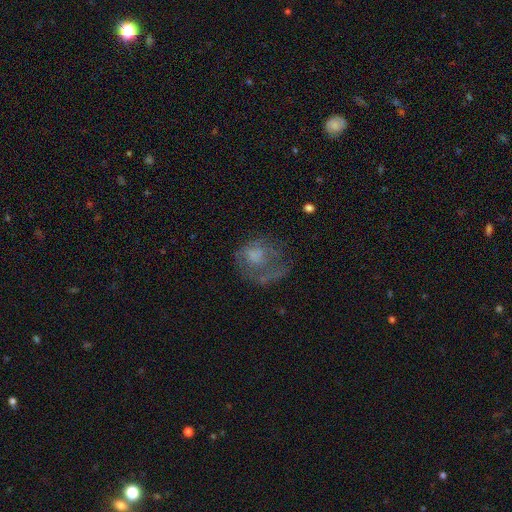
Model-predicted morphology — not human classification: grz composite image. It shows a featured or disk galaxy (45%). Merging: major disturbance (42%).